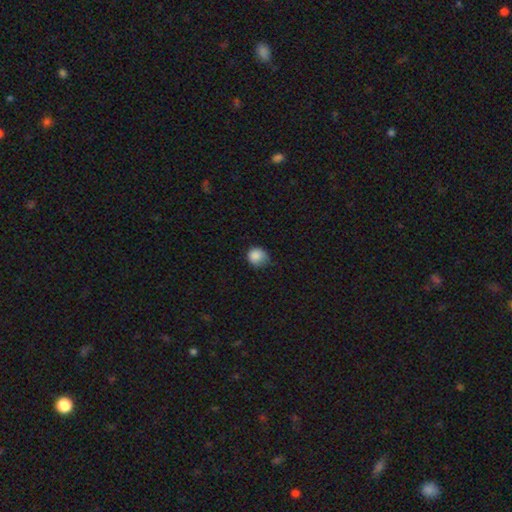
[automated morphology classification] This appears to be a smooth galaxy with no disk features (86%) that is round (84%). Merging: none (54%).